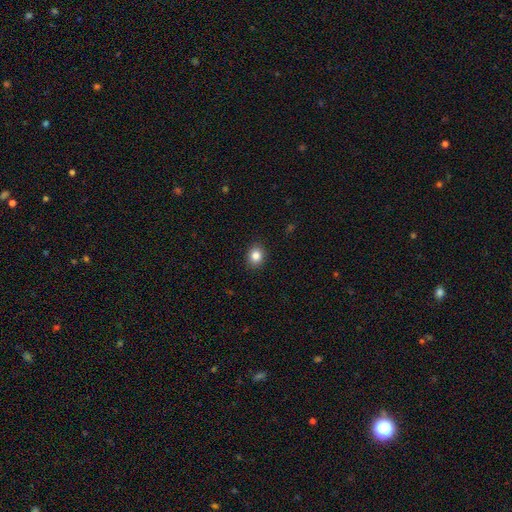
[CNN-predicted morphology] A smooth galaxy with no disk features (85%) that is round (62%).

Vote fractions:
- Smooth or featured? smooth: 85% / star or artifact: 10% / featured or disk: 5%
- How rounded? round: 62% / in between: 37% / cigar-shaped: 1%
- Merging? none: 90% / minor disturbance: 7% / major disturbance: 2% / merger: 1%